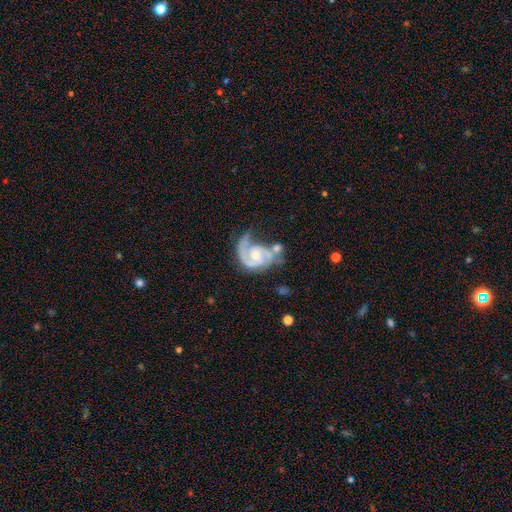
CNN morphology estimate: Smooth or featured: featured or disk — 88% (smooth — 8%)
Edge-on disk: no — 98% (yes — 2%)
Bar: no — 59% (weak — 34%)
Spiral arms: yes — 96% (no — 4%)
Spiral winding: medium — 45% (tight — 39%)
Spiral arm count: 2 — 64% (1 — 25%)
Bulge size: moderate — 56% (small — 35%)
Merging: none — 31% (merger — 25%)